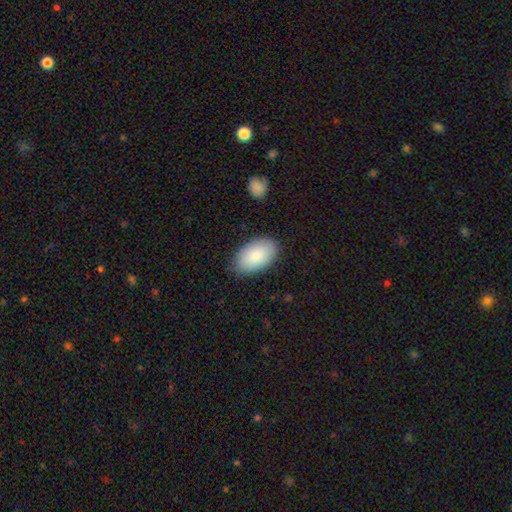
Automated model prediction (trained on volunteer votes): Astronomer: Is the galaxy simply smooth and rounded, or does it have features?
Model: smooth — 88%.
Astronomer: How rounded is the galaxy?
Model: in between — 95%.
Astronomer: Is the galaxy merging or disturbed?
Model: none — 85%.